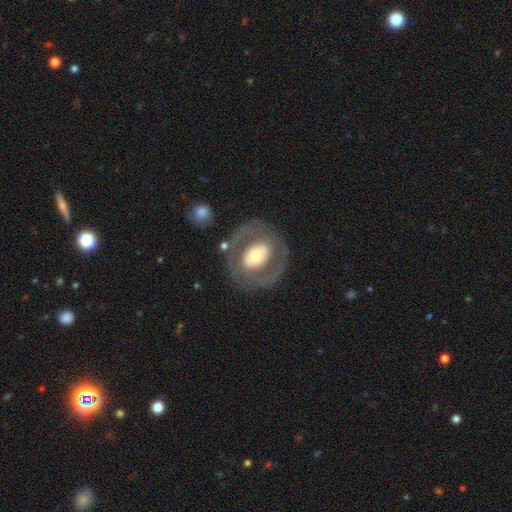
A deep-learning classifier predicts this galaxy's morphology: Smooth or featured: featured or disk — 68% (smooth — 27%)
Edge-on disk: no — 95% (yes — 5%)
Bar: no — 49% (weak — 28%)
Spiral arms: no — 53% (yes — 47%)
Bulge size: moderate — 59% (large — 24%)
Merging: none — 74% (minor disturbance — 12%)